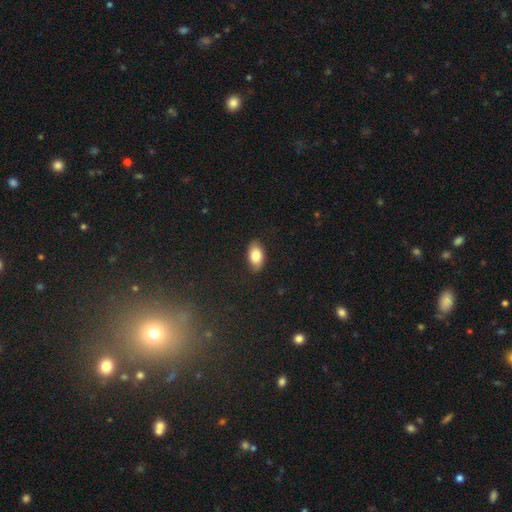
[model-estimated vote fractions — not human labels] Overall: smooth (83%). How rounded: in between (92%). Merging: none (86%).